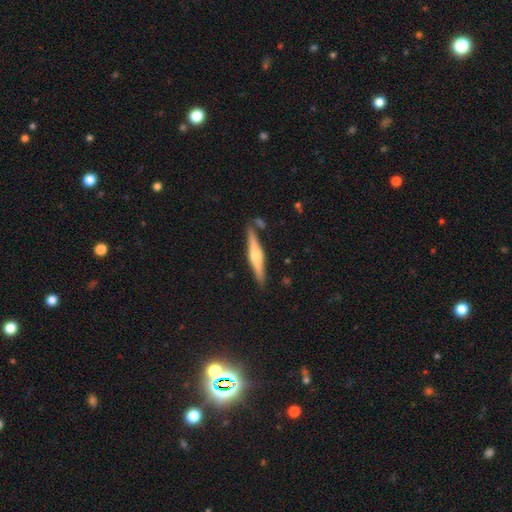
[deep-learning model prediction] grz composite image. It shows a featured or disk galaxy (64%) viewed edge-on (96%) with a rounded central bulge (90%). Merging: none (84%).